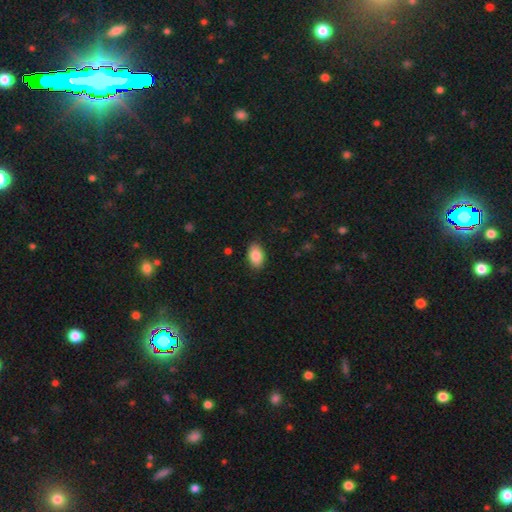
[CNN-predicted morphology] Q: Smooth or featured?
A: smooth (87%); runner-up: star or artifact (7%)
Q: How rounded?
A: in between (90%); runner-up: round (9%)
Q: Merging?
A: none (88%); runner-up: minor disturbance (9%)